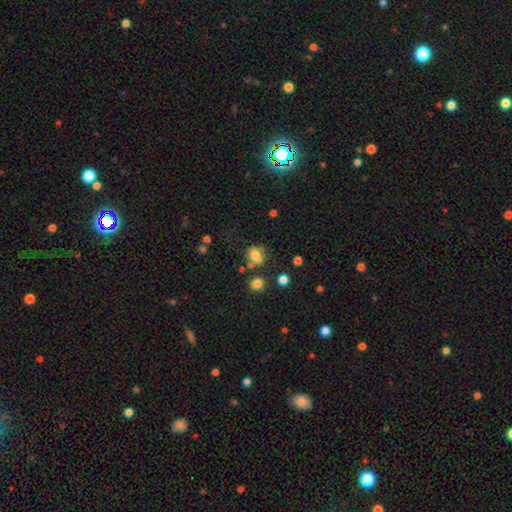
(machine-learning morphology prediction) This appears to be a smooth galaxy with no disk features (76%) that is round (50%). Merging: none (65%).